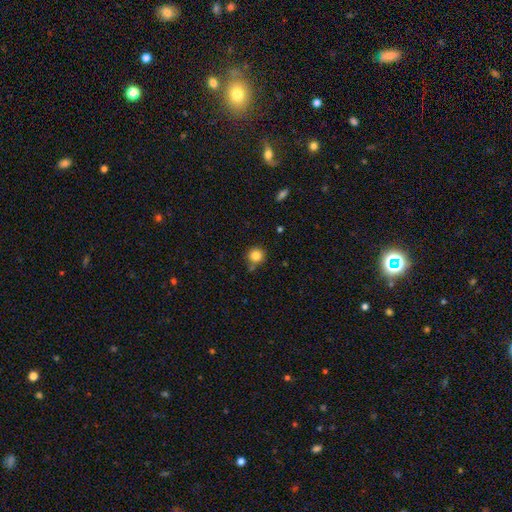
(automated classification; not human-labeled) Overall: smooth (84%). How rounded: round (92%). Merging: none (74%).